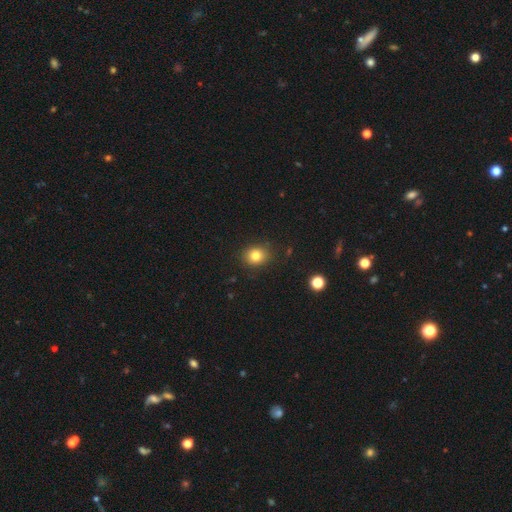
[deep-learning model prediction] This appears to be a smooth galaxy with no disk features (81%) that is round (70%). Merging: none (87%).